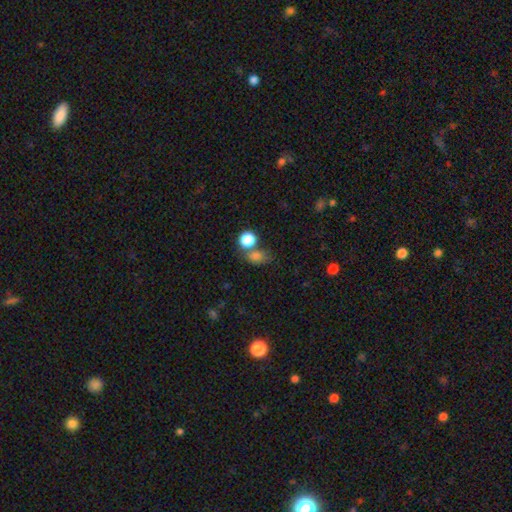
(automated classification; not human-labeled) This appears to be a smooth galaxy with no disk features (78%) that is in between round and cigar-shaped (50%). Merging: none (45%).